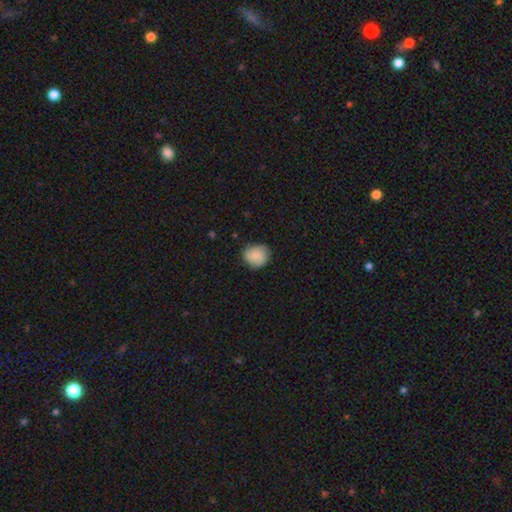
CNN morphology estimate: Overall: smooth (83%). How rounded: round (78%). Merging: none (79%).